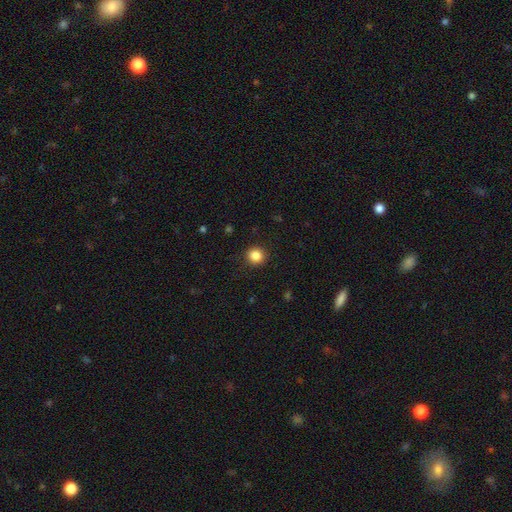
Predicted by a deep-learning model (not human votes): Smooth or featured: smooth — 85% (star or artifact — 11%)
How rounded: round — 91% (in between — 8%)
Merging: none — 91% (minor disturbance — 6%)